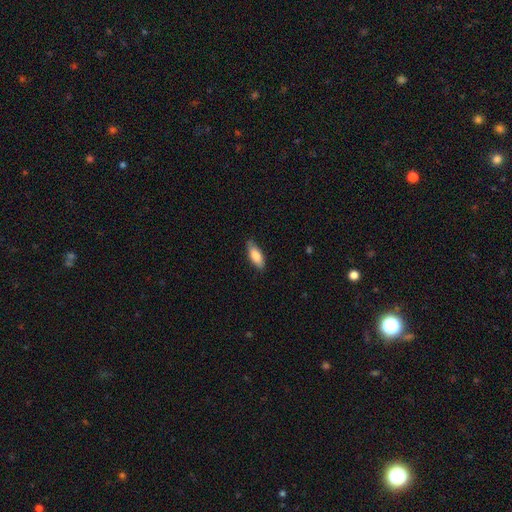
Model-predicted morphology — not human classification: Smooth or featured? smooth (81%)
How rounded? in between (76%)
Merging? none (80%)